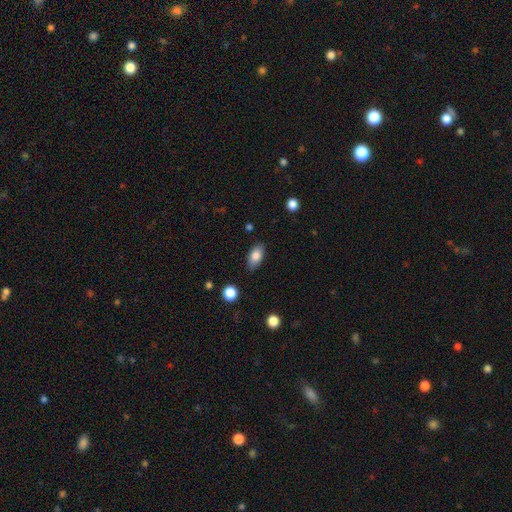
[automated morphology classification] Smooth or featured: smooth — 84% (featured or disk — 9%)
How rounded: in between — 90% (cigar-shaped — 5%)
Merging: none — 84% (minor disturbance — 12%)